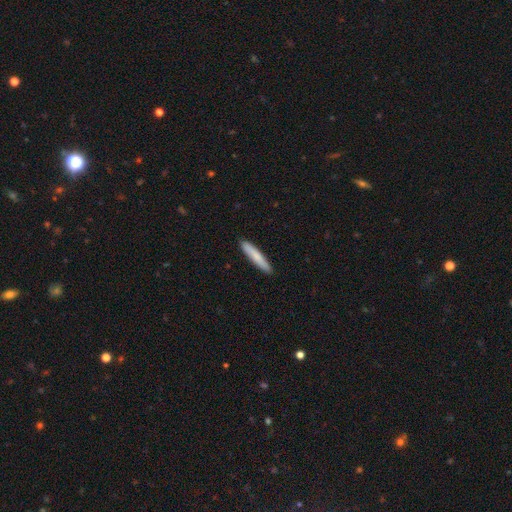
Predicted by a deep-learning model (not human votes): This is likely a smooth galaxy (79%). How rounded: clearly cigar-shaped (92%). Merging: clearly none (91%).